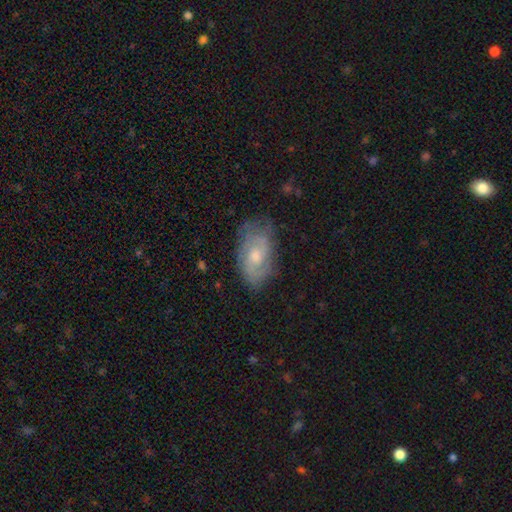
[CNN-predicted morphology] Smooth or featured: featured or disk — 66% (smooth — 28%)
Edge-on disk: no — 95% (yes — 5%)
Bar: no — 66% (weak — 30%)
Spiral arms: yes — 85% (no — 15%)
Spiral winding: medium — 42% (tight — 41%)
Spiral arm count: 2 — 52% (can't tell — 30%)
Bulge size: moderate — 59% (small — 31%)
Merging: none — 68% (minor disturbance — 23%)